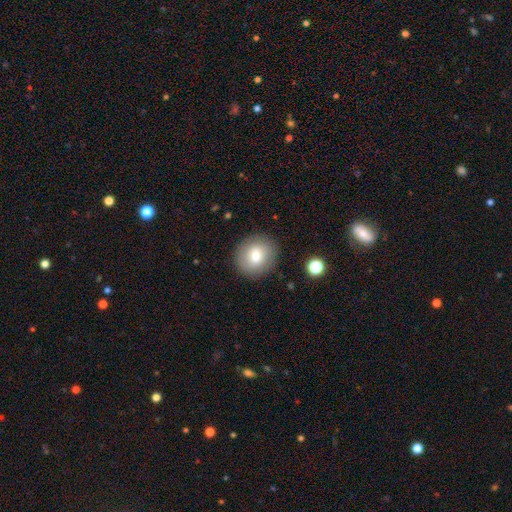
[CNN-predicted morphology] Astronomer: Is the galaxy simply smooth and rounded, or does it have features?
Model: smooth — 76%.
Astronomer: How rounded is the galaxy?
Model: round — 85%.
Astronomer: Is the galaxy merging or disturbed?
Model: none — 88%.